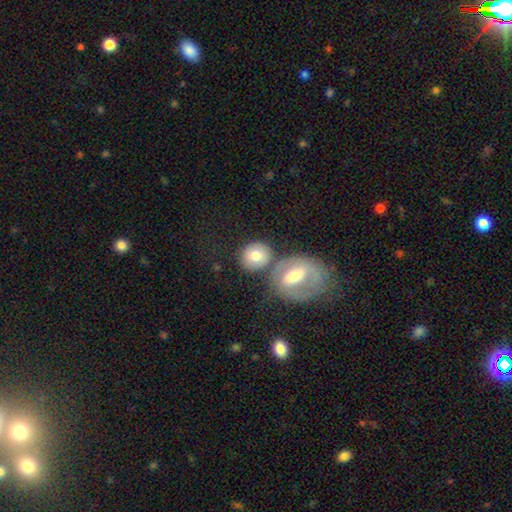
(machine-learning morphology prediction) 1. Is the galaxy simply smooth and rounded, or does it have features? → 73% smooth, 20% featured or disk, 7% star or artifact.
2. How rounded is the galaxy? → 76% round, 23% in between, 1% cigar-shaped.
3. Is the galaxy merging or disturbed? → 53% none, 30% merger, 11% minor disturbance, 5% major disturbance.